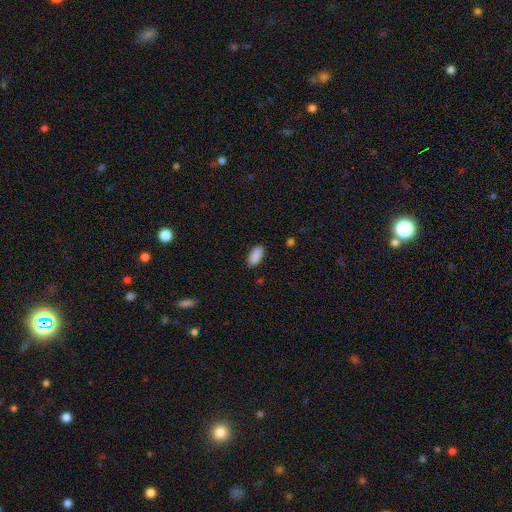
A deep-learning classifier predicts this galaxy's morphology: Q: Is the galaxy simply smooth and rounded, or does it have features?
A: smooth — 90%.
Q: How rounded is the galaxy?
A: in between — 91%.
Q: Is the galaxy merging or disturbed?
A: none — 88%.